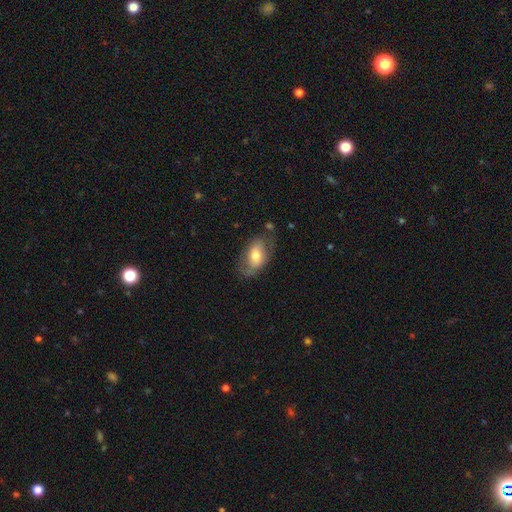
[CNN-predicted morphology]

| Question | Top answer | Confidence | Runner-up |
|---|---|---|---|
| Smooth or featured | smooth | 59% | featured or disk (35%) |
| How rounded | in between | 90% | round (8%) |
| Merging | none | 60% | minor disturbance (25%) |